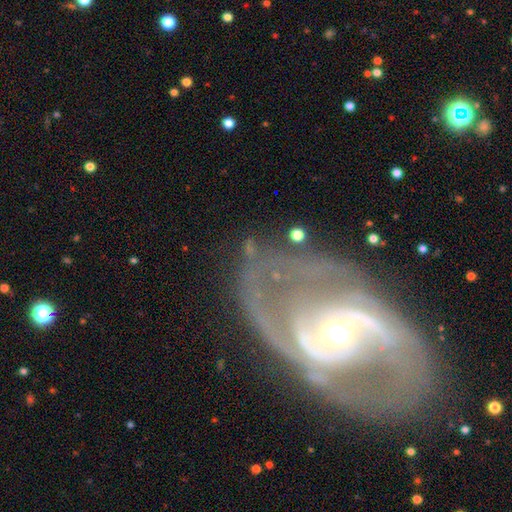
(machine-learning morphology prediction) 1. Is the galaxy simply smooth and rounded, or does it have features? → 80% featured or disk, 10% smooth, 9% star or artifact.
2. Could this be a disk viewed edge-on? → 95% no, 5% yes.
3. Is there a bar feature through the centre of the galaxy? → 48% no, 30% weak, 22% strong.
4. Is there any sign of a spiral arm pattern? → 79% yes, 21% no.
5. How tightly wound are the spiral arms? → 41% tight, 38% medium, 21% loose.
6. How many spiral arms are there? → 54% 2, 20% can't tell, 8% 3, 8% 1, 5% 4, 5% more than 4.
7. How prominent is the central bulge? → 59% moderate, 30% small, 7% large, 2% none, 2% dominant.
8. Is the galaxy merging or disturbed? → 54% none, 22% major disturbance, 18% minor disturbance, 6% merger.